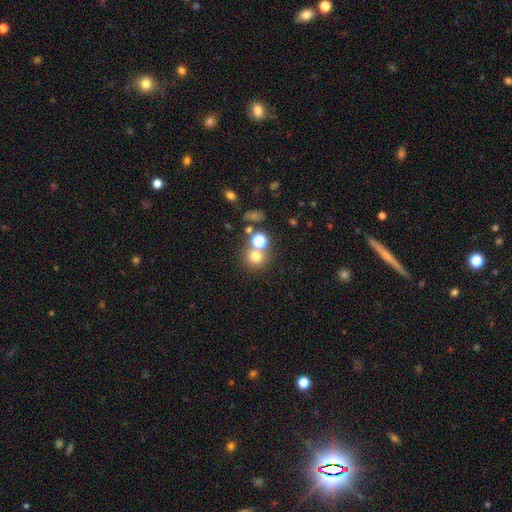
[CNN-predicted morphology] The model was most divided on "merging": none: 61%, merger: 27%, minor disturbance: 8%, major disturbance: 4%. More confident: how rounded — round (88%); smooth or featured — smooth (71%).